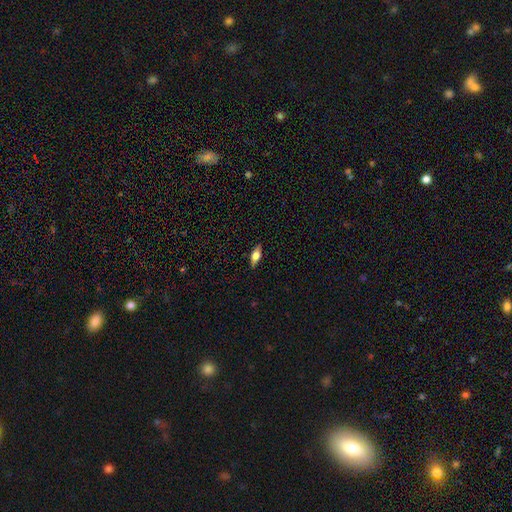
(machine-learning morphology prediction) type=smooth (49%); merging=none (87%).